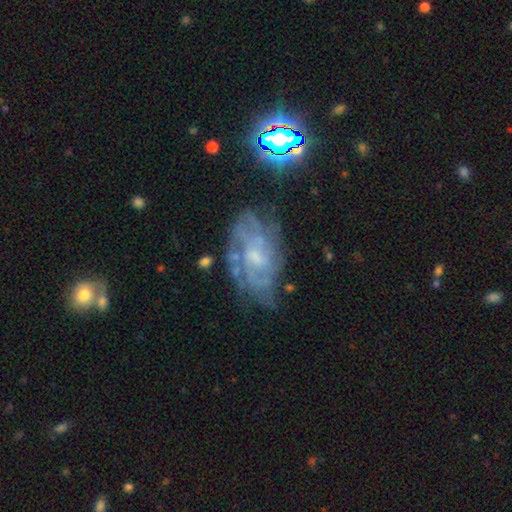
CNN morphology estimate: This is likely a featured or disk galaxy (72%). It is clearly not viewed edge-on (95%). Bar: likely no (62%). Spiral arm pattern: likely yes (77%). Spiral arm count: possibly can't tell (57%). Spiral winding: possibly tight (52%). Central bulge: marginally small (44%). Merging: possibly none (60%).